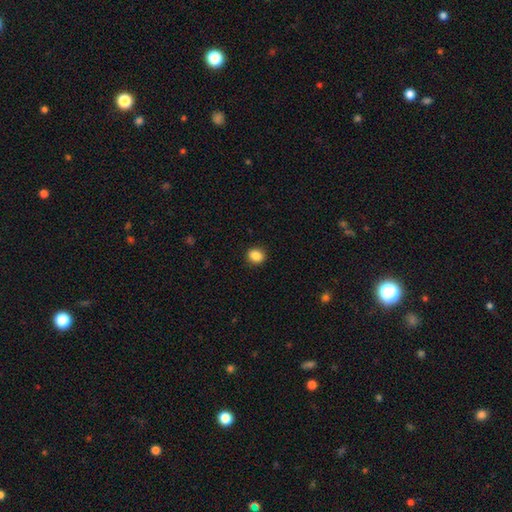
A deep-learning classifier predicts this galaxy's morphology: type=smooth (87%); roundness=round (62%); merging=none (90%).